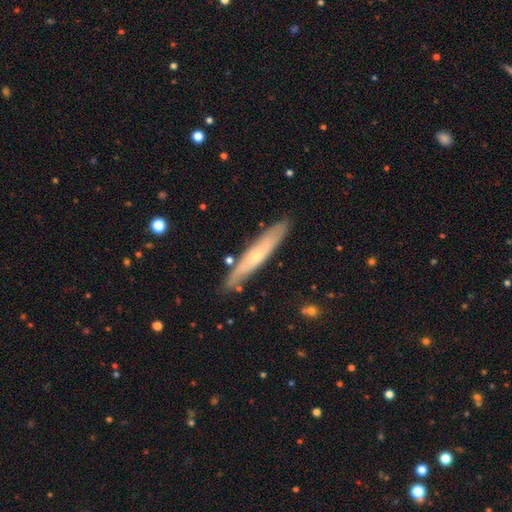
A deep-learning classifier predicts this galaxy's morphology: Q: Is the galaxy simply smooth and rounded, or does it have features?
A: featured or disk — 52%.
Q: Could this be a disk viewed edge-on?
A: yes — 78%.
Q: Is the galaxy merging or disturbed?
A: none — 85%.